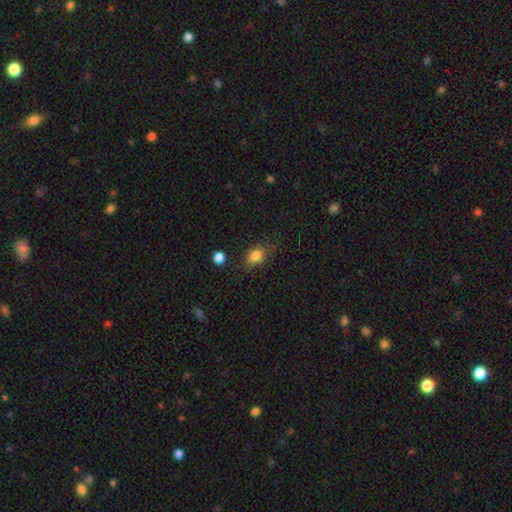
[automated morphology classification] smooth 82%, star or artifact 11%, featured or disk 8%. Down the decision tree: how rounded — in between (62%); merging — none (70%).